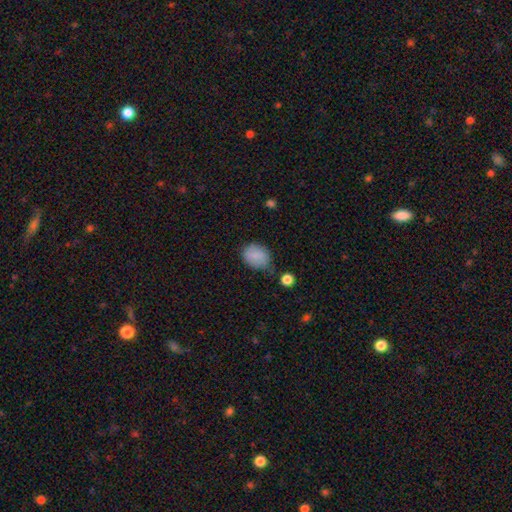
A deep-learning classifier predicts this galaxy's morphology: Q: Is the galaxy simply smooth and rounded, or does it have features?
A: smooth — 83%.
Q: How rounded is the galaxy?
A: in between — 58%.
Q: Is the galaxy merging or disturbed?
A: none — 68%.